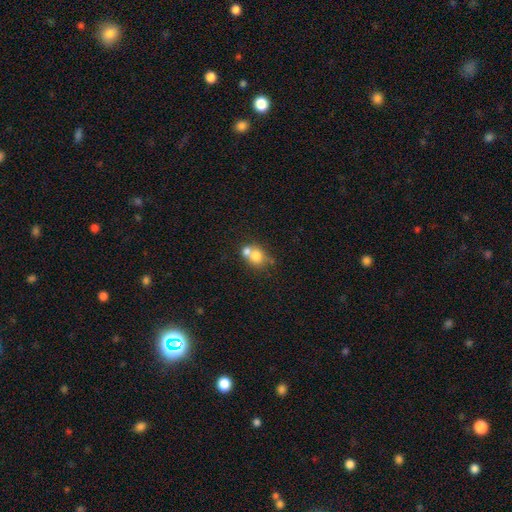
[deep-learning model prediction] Smooth or featured?
  - smooth: 72% *
  - featured or disk: 18%
  - star or artifact: 10%
How rounded?
  - round: 62% *
  - in between: 36%
  - cigar-shaped: 1%
Merging?
  - merger: 59% *
  - none: 30%
  - minor disturbance: 8%
  - major disturbance: 4%